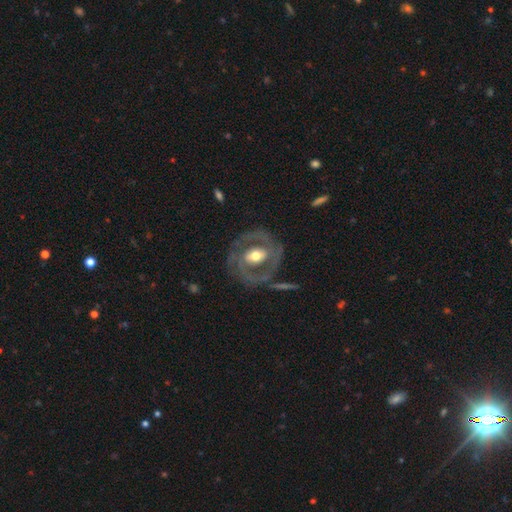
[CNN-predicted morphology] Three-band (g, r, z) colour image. It shows a featured or disk galaxy (76%) with no bar (39%), 2 (73%) tight (45%) spiral arms (71%) and a moderate central bulge (69%). Merging: none (73%).